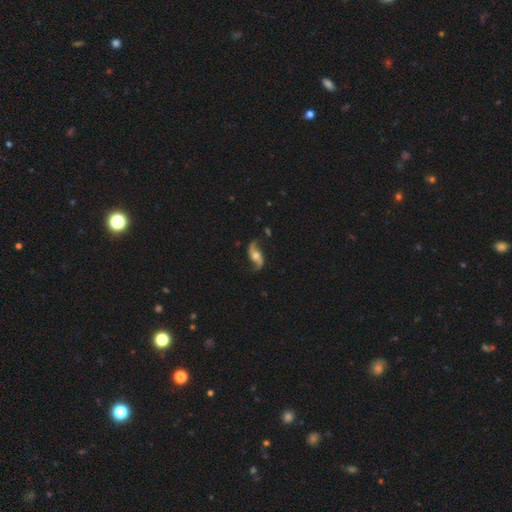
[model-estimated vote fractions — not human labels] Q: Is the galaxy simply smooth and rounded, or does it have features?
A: featured or disk — 87%.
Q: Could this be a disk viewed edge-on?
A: no — 94%.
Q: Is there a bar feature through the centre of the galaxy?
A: no — 60%.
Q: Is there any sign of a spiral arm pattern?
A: yes — 96%.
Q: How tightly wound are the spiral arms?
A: loose — 84%.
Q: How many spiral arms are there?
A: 2 — 94%.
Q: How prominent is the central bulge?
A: moderate — 64%.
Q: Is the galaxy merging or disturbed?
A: none — 80%.